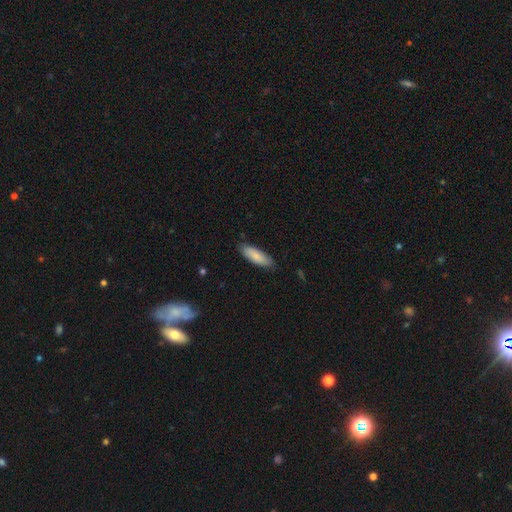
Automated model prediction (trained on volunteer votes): Smooth or featured? smooth (84%)
How rounded? in between (55%)
Merging? none (85%)